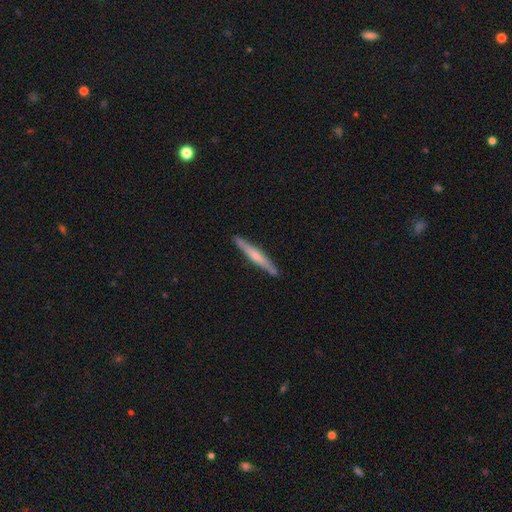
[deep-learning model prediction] featured or disk 49%, smooth 46%, star or artifact 5%. Down the decision tree: merging — none (89%).